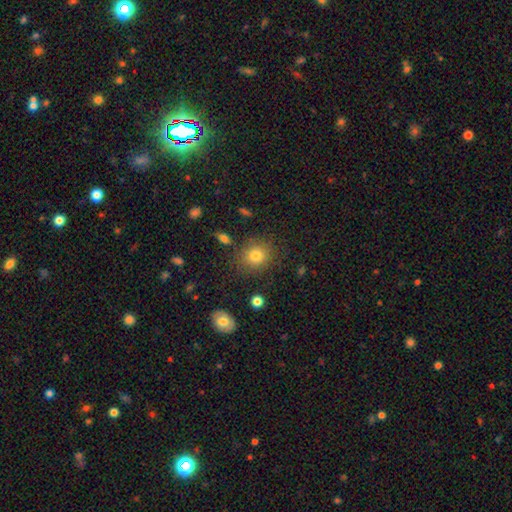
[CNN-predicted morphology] Smooth or featured: smooth — 80% (star or artifact — 12%)
How rounded: round — 81% (in between — 17%)
Merging: none — 82% (minor disturbance — 11%)